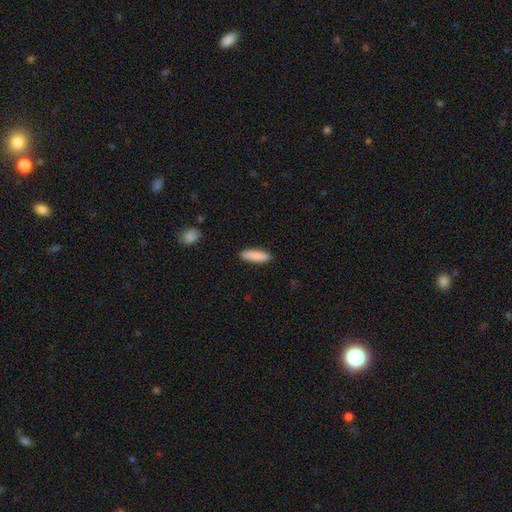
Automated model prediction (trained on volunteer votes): Smooth or featured?
  - smooth: 88% *
  - featured or disk: 7%
  - star or artifact: 6%
How rounded?
  - cigar-shaped: 64% *
  - in between: 34%
  - round: 1%
Merging?
  - none: 89% *
  - minor disturbance: 8%
  - major disturbance: 2%
  - merger: 1%